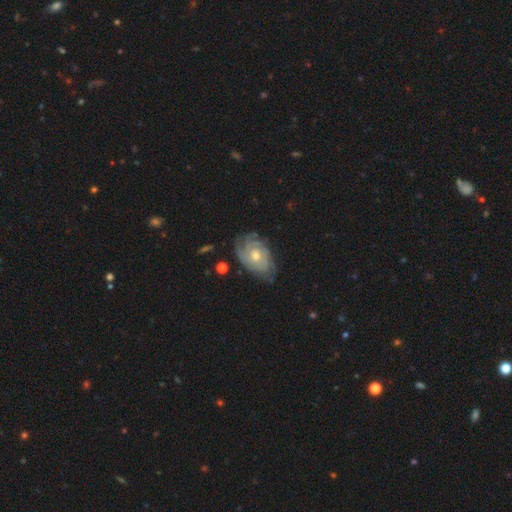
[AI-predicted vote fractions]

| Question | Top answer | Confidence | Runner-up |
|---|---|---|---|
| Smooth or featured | featured or disk | 79% | smooth (14%) |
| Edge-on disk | no | 95% | yes (5%) |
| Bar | no | 77% | weak (20%) |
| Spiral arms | yes | 93% | no (7%) |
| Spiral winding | tight | 71% | medium (23%) |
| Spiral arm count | can't tell | 40% | 3 (19%) |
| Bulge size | moderate | 60% | small (35%) |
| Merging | none | 70% | minor disturbance (21%) |